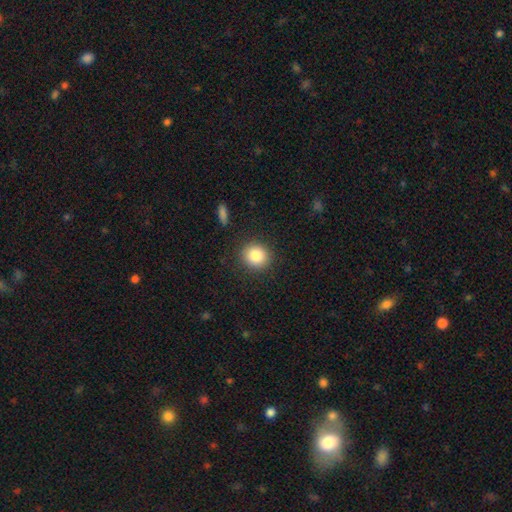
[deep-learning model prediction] smooth 84%, star or artifact 10%, featured or disk 7%. Down the decision tree: how rounded — round (89%); merging — none (89%).